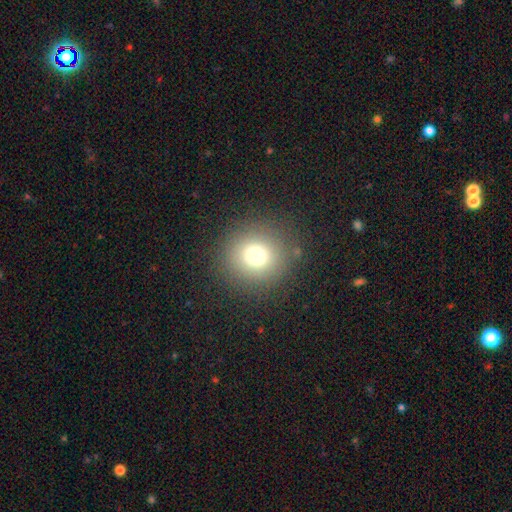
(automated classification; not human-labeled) Smooth or featured? Predicted: smooth (p=0.75). How rounded? Predicted: round (p=0.91). Merging? Predicted: none (p=0.88).